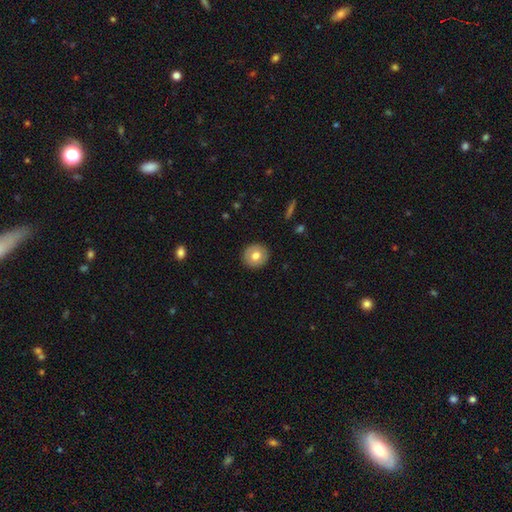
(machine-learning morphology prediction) Smooth or featured? smooth (76%)
How rounded? round (91%)
Merging? none (92%)